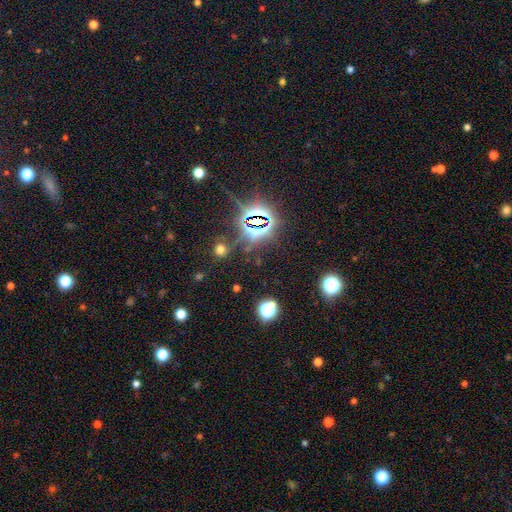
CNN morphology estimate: Smooth or featured? star or artifact (82%)